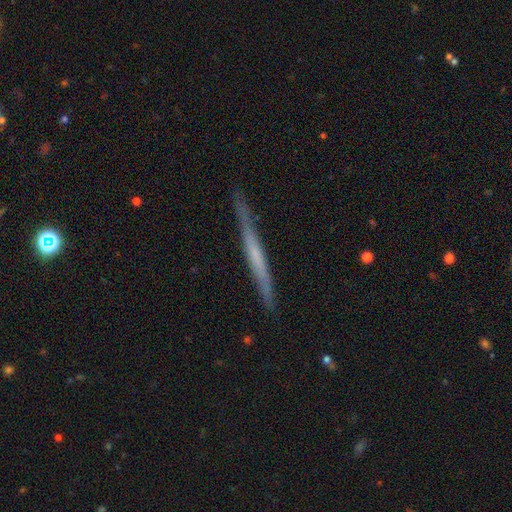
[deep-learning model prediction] This appears to be a featured or disk galaxy (58%) viewed edge-on (96%) with no central bulge (76%). Merging: none (86%).